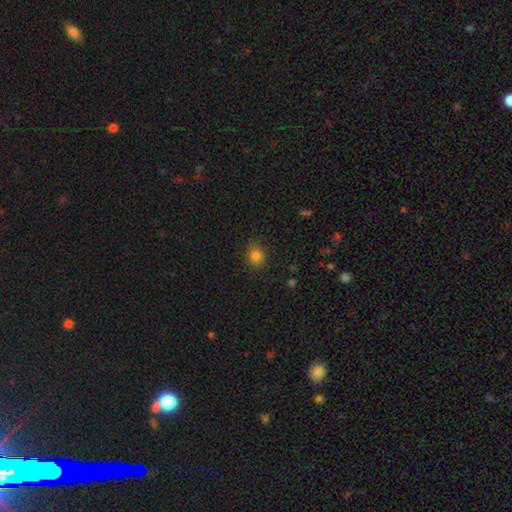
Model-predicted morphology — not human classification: This is clearly a smooth galaxy (82%). How rounded: likely round (75%). Merging: clearly none (87%).